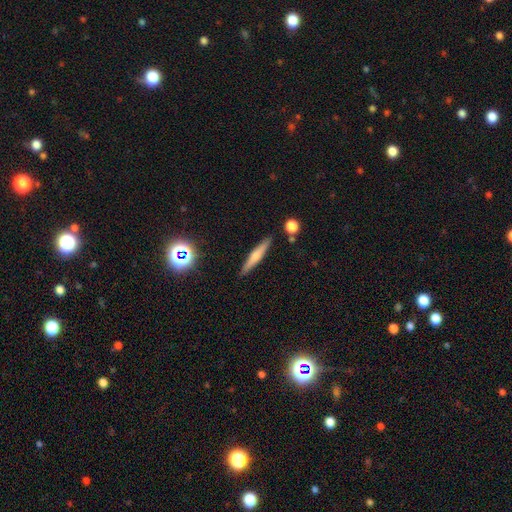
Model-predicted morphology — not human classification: smooth-or-featured: smooth: 53% | featured or disk: 39% | star or artifact: 8%
  how-rounded: cigar-shaped: 92% | in between: 7% | round: 2%
  merging: none: 88% | minor disturbance: 8% | merger: 2% | major disturbance: 2%